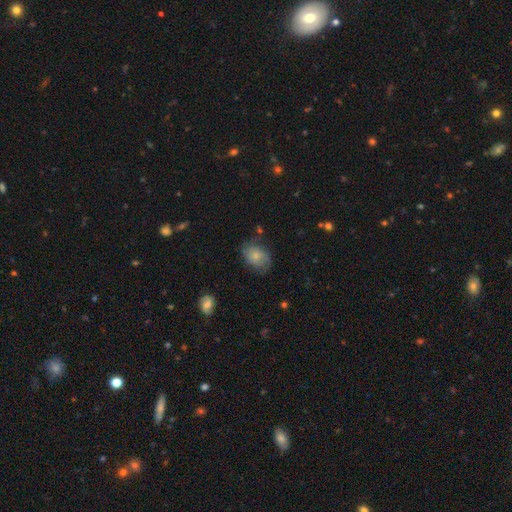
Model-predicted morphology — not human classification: A smooth galaxy with no disk features (72%) that is in between round and cigar-shaped (68%).

Vote fractions:
- Smooth or featured? smooth: 72% / featured or disk: 19% / star or artifact: 8%
- How rounded? in between: 68% / round: 31% / cigar-shaped: 1%
- Merging? none: 61% / minor disturbance: 27% / major disturbance: 10% / merger: 2%